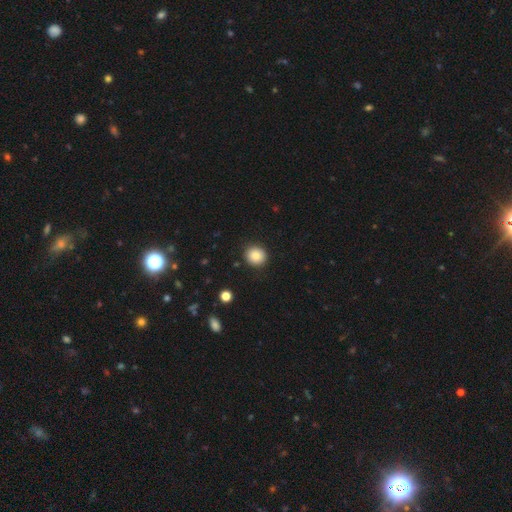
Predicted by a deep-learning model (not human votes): Morphology: type=smooth (85%); roundness=round (86%); merging=none (90%).